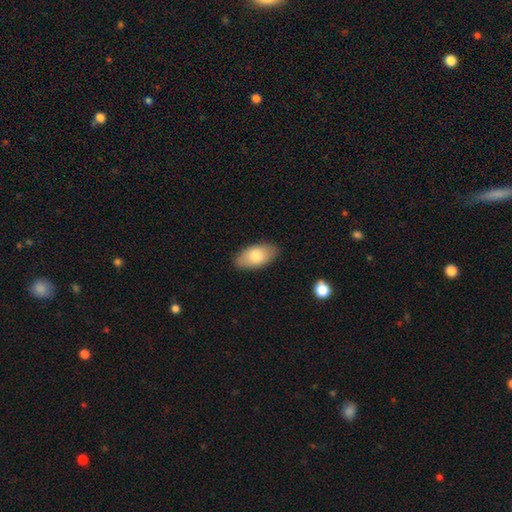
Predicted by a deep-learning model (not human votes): The model was most divided on "smooth or featured": smooth: 78%, featured or disk: 16%, star or artifact: 6%. More confident: how rounded — in between (94%); merging — none (86%).